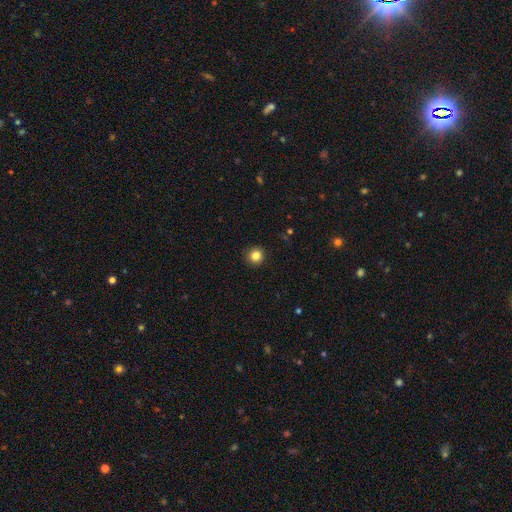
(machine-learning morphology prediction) smooth 84%, star or artifact 11%, featured or disk 5%. Down the decision tree: how rounded — round (95%); merging — none (93%).